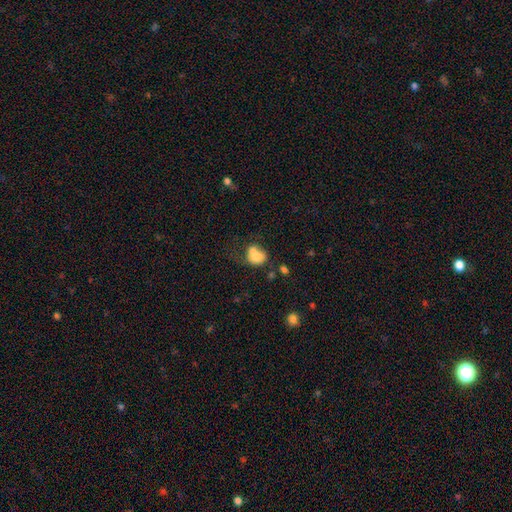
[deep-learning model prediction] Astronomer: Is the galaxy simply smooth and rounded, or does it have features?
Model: smooth — 73%.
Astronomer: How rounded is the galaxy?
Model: round — 52% (runner-up: in between, 47%).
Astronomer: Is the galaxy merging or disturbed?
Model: merger — 42% (runner-up: none, 29%).